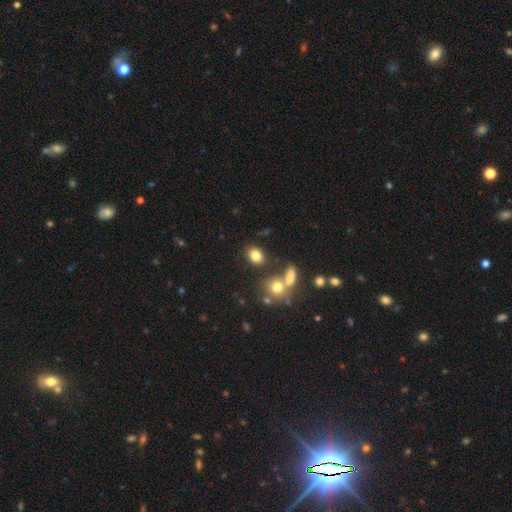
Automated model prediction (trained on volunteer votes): The model was most divided on "how rounded": in between: 64%, round: 35%, cigar-shaped: 1%. More confident: smooth or featured — smooth (80%); merging — none (73%).